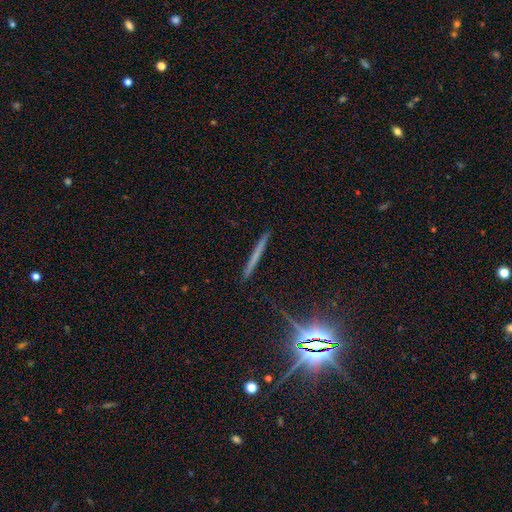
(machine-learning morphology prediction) This appears to be a smooth galaxy with no disk features (45%). Merging: none (89%).